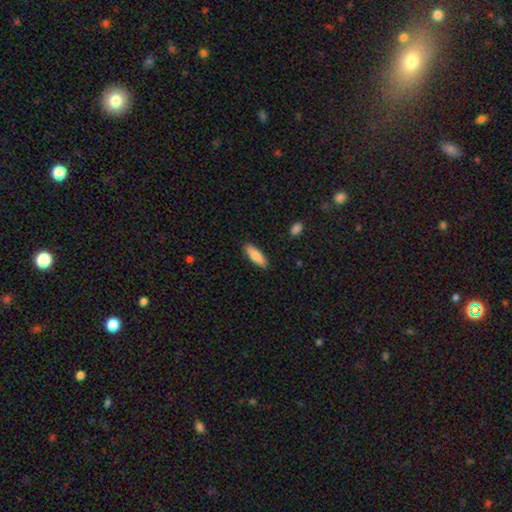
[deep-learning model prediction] smooth 83%, featured or disk 11%, star or artifact 6%. Down the decision tree: how rounded — cigar-shaped (57%); merging — none (88%).